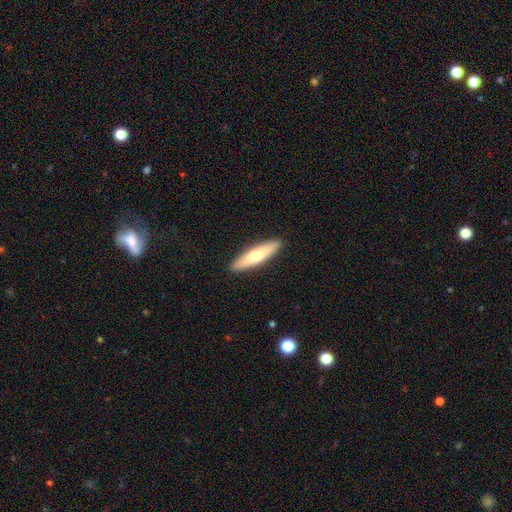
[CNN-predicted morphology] Overall: smooth (60%; featured or disk 35%). How rounded: cigar-shaped (75%). Merging: none (91%).